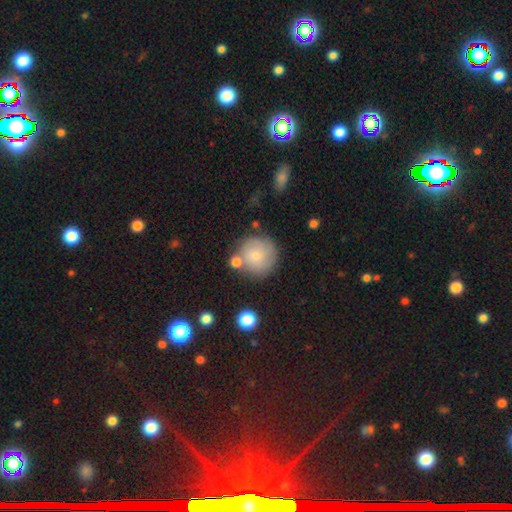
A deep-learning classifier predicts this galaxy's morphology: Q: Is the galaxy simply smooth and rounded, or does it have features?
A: smooth — 73%.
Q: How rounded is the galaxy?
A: round — 94%.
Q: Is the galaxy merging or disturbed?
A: none — 66%.